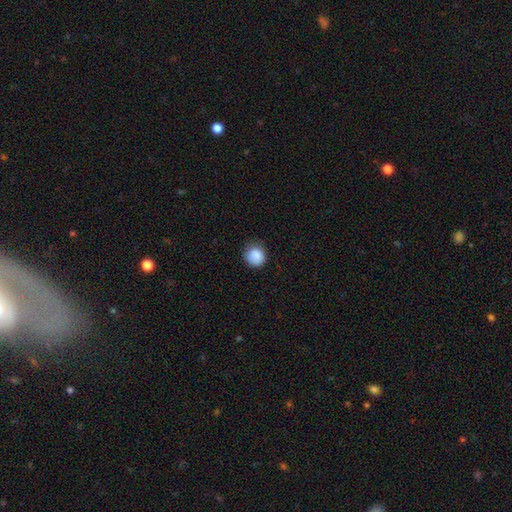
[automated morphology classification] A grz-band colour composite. It shows a smooth galaxy with no disk features (88%) that is round (87%). Merging: none (73%).